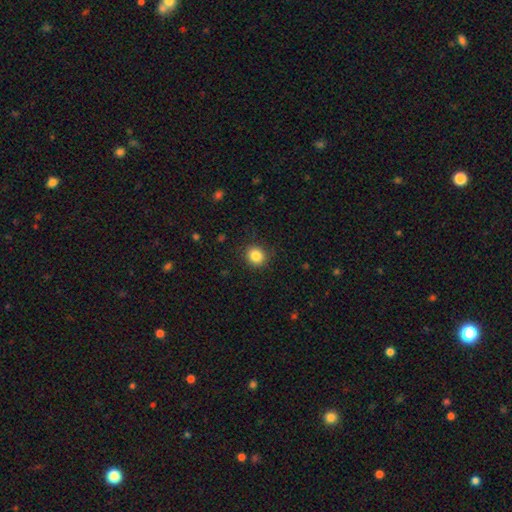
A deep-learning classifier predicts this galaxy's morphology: The model was most divided on "how rounded": round: 85%, in between: 14%, cigar-shaped: 1%. More confident: merging — none (88%); smooth or featured — smooth (85%).